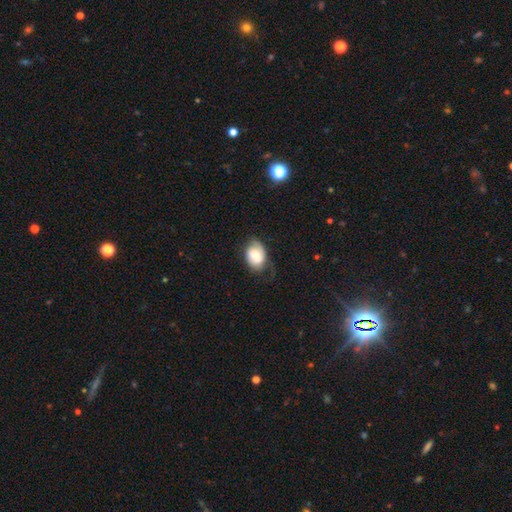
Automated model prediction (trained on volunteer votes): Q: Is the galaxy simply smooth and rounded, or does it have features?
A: smooth — 61%.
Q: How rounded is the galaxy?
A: in between — 81%.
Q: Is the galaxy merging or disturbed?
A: none — 56%.